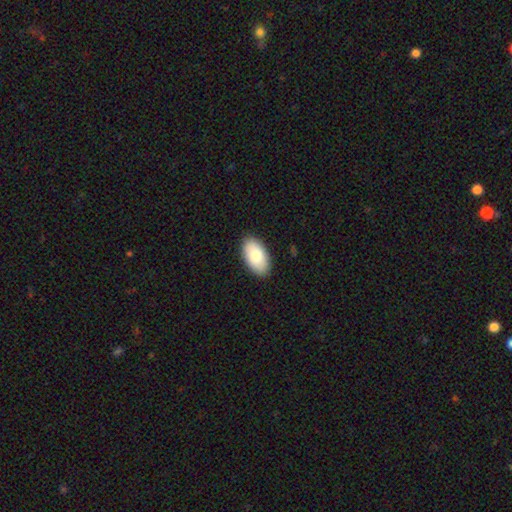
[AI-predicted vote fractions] smooth_or_featured: smooth (p=0.84) [alt: featured or disk p=0.11]
how_rounded: in between (p=0.96) [alt: round p=0.03]
merging: none (p=0.89) [alt: minor disturbance p=0.09]